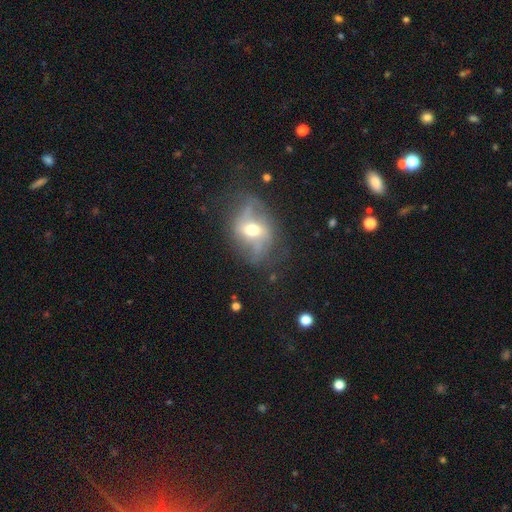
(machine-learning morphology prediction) This is likely a featured or disk galaxy (63%). It is clearly not viewed edge-on (87%). Bar: marginally no (39%). Spiral arm pattern: likely yes (62%). Central bulge: likely moderate (68%). Merging: likely none (65%).